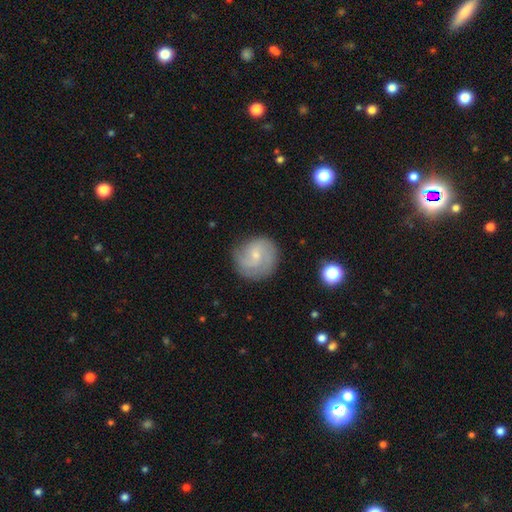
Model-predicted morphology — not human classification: A featured or disk galaxy (69%) with no bar (49%), 2 (52%) medium (43%) spiral arms (92%) and a small central bulge (72%). Merging: none (78%).